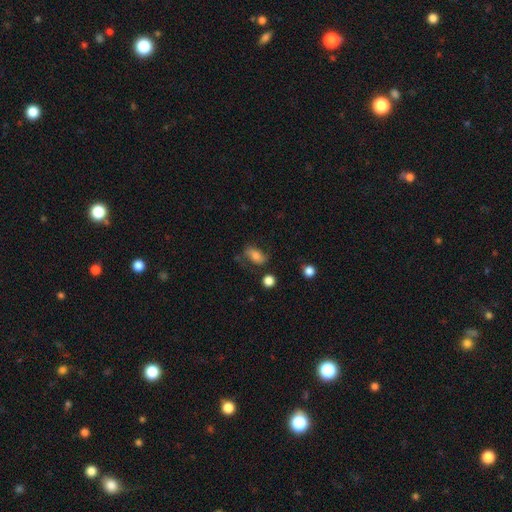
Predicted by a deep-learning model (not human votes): smooth 61%, featured or disk 28%, star or artifact 11%. Down the decision tree: how rounded — in between (82%); merging — none (58%).